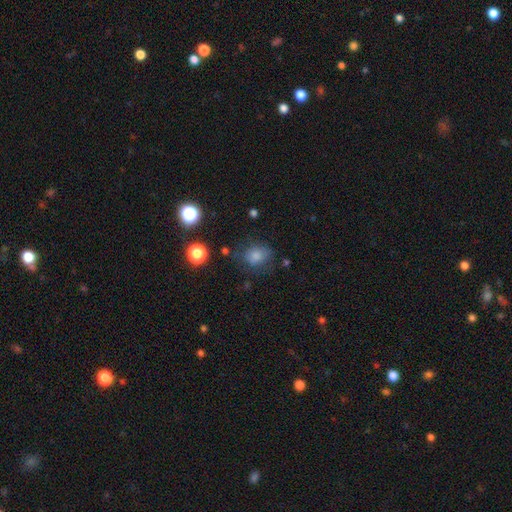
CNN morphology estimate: A smooth galaxy with no disk features (70%) that is round (58%). Merging: none (70%).